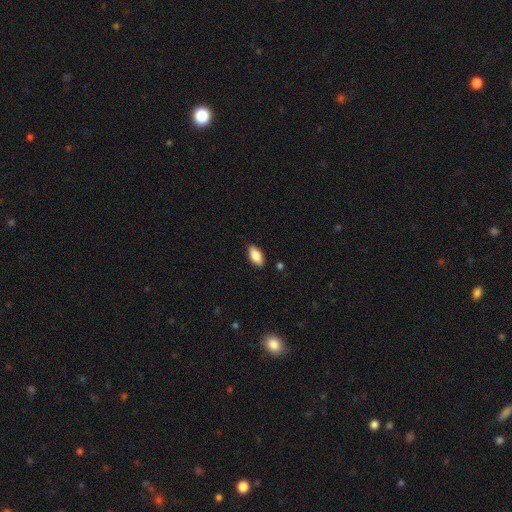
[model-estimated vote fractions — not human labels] This is clearly a smooth galaxy (83%). How rounded: clearly in between (87%). Merging: clearly none (86%).